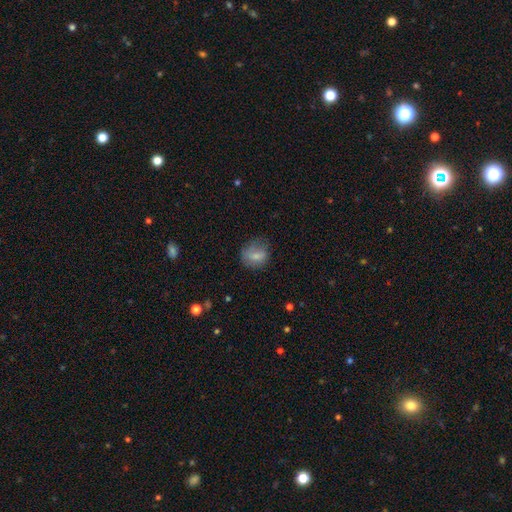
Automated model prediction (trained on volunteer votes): Morphology: type=smooth (73%); roundness=round (63%); merging=none (61%).